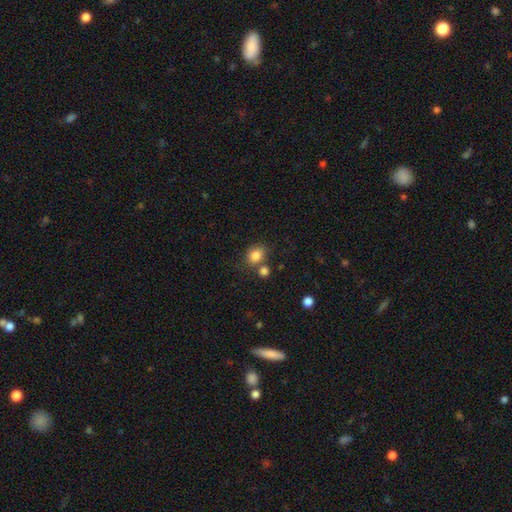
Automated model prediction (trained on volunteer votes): Morphology: type=smooth (84%); roundness=round (59%); merging=none (63%).